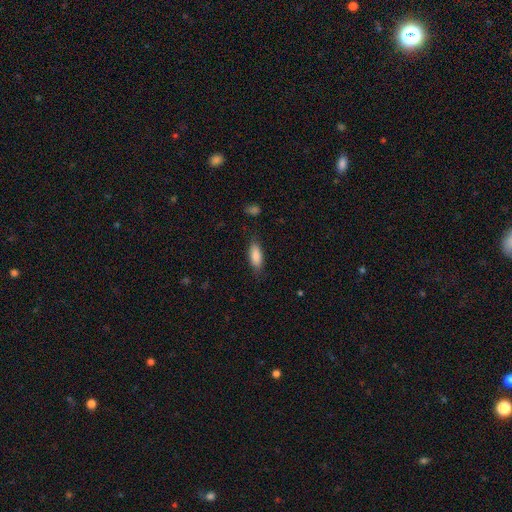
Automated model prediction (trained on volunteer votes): Smooth or featured: smooth — 87% (featured or disk — 7%)
How rounded: in between — 76% (cigar-shaped — 22%)
Merging: none — 79% (minor disturbance — 15%)